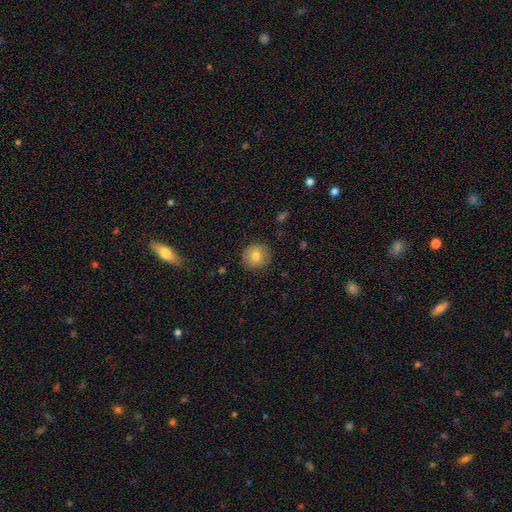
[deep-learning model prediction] This is likely a smooth galaxy (78%). How rounded: clearly round (91%). Merging: clearly none (89%).